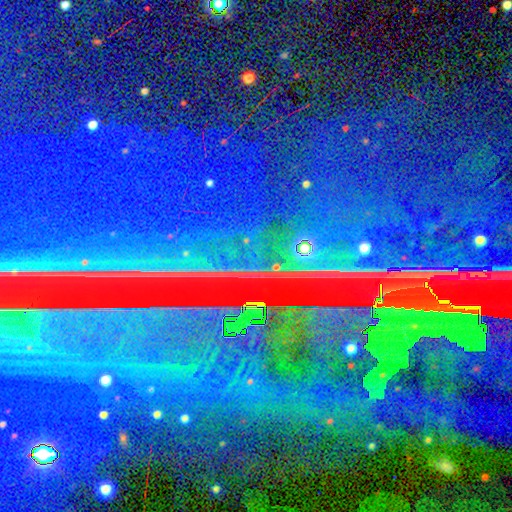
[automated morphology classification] smooth_or_featured: star or artifact (p=0.78) [alt: featured or disk p=0.16]